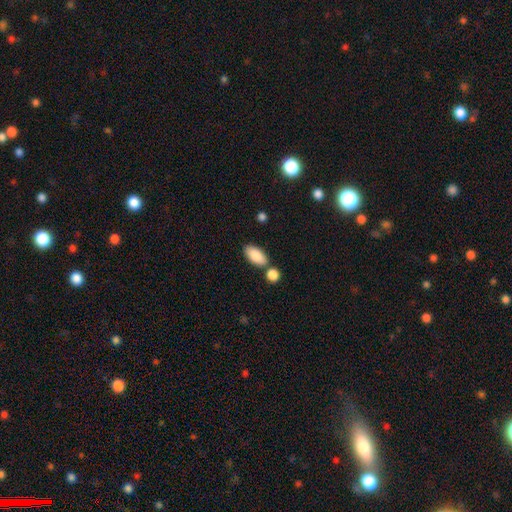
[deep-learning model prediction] A smooth galaxy with no disk features (85%) that is in between round and cigar-shaped (92%). Merging: none (73%).